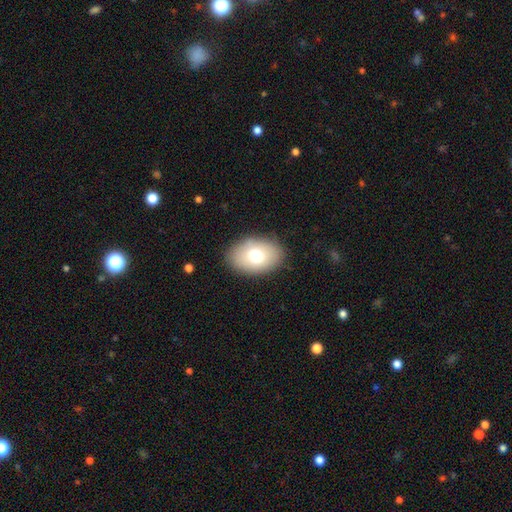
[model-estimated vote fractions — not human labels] Smooth or featured: smooth — 73% (featured or disk — 18%)
How rounded: in between — 84% (round — 15%)
Merging: none — 85% (minor disturbance — 11%)